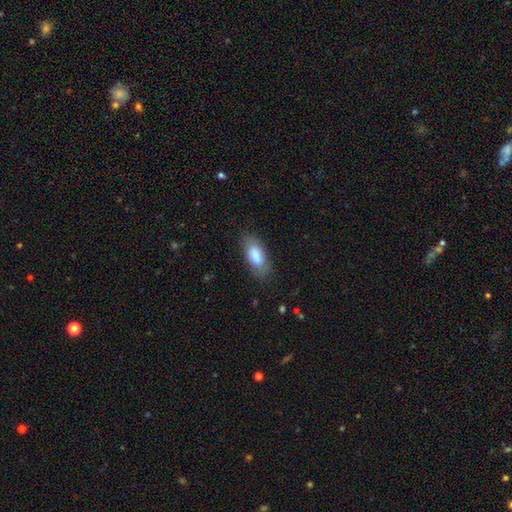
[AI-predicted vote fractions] Smooth or featured? Predicted: smooth (p=0.80). How rounded? Predicted: in between (p=0.83). Merging? Predicted: none (p=0.76).